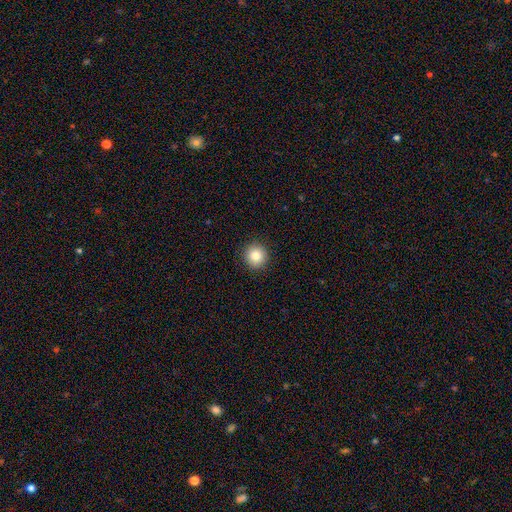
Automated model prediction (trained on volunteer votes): The model was most divided on "smooth or featured": smooth: 83%, star or artifact: 10%, featured or disk: 7%. More confident: how rounded — round (94%); merging — none (92%).